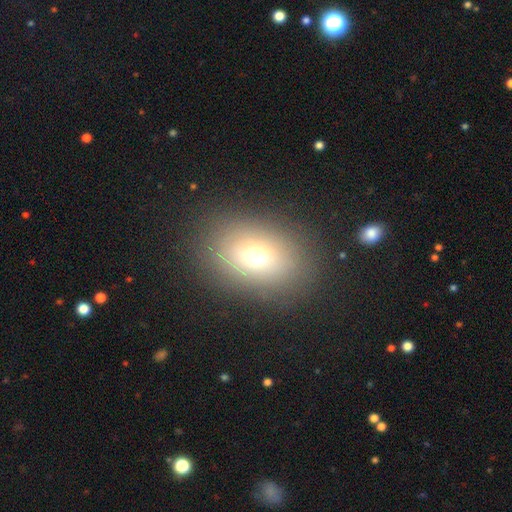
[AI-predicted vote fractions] The model was most divided on "how rounded": in between: 69%, round: 30%, cigar-shaped: 1%. More confident: merging — none (85%); smooth or featured — smooth (69%).